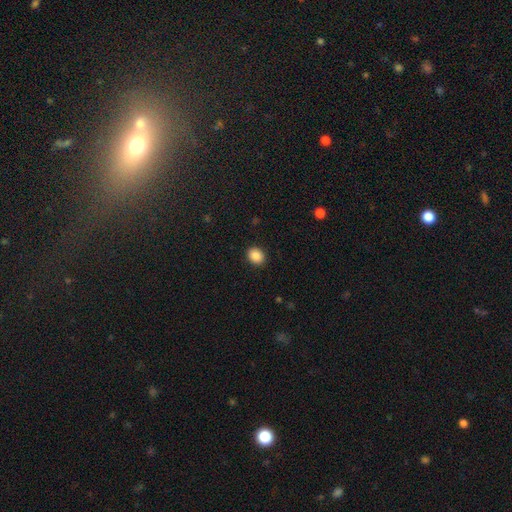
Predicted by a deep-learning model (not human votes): smooth-or-featured: smooth: 88% | star or artifact: 9% | featured or disk: 3%
  how-rounded: round: 59% | in between: 40% | cigar-shaped: 1%
  merging: none: 91% | minor disturbance: 6% | major disturbance: 2% | merger: 1%